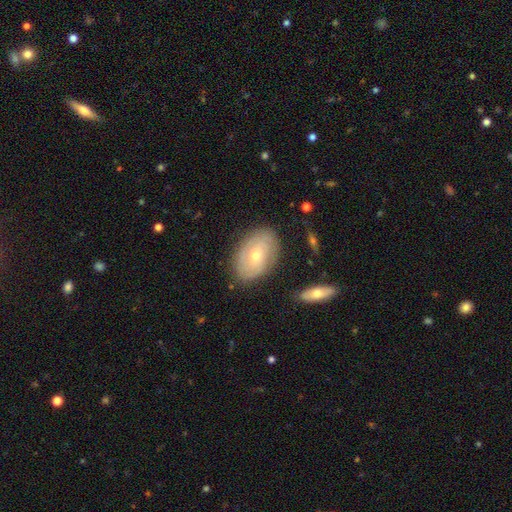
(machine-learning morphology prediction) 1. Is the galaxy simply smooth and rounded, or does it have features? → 56% featured or disk, 36% smooth, 8% star or artifact.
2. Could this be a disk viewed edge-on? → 93% no, 7% yes.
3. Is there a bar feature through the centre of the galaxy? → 73% no, 22% weak, 5% strong.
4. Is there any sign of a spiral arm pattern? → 69% yes, 31% no.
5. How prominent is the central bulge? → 62% small, 35% moderate, 1% large, 1% none, 1% dominant.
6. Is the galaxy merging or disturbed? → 81% none, 13% minor disturbance, 3% major disturbance, 2% merger.